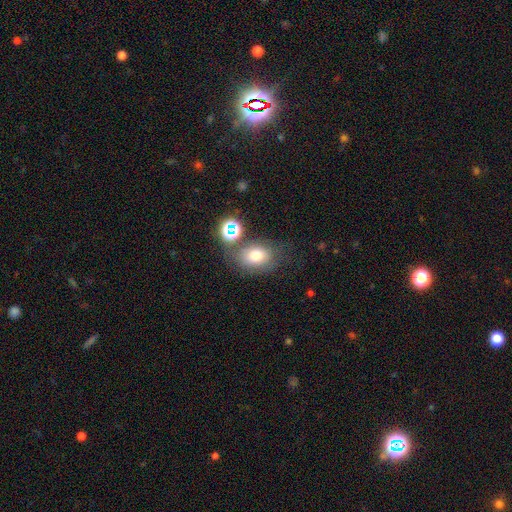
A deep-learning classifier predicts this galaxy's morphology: A smooth galaxy with no disk features (70%) that is in between round and cigar-shaped (67%). Merging: none (63%).